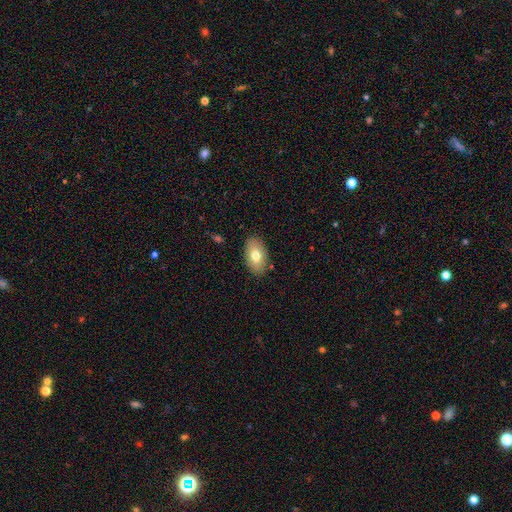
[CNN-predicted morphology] Q: Smooth or featured?
A: smooth (75%); runner-up: featured or disk (19%)
Q: How rounded?
A: in between (94%); runner-up: round (5%)
Q: Merging?
A: none (87%); runner-up: minor disturbance (10%)